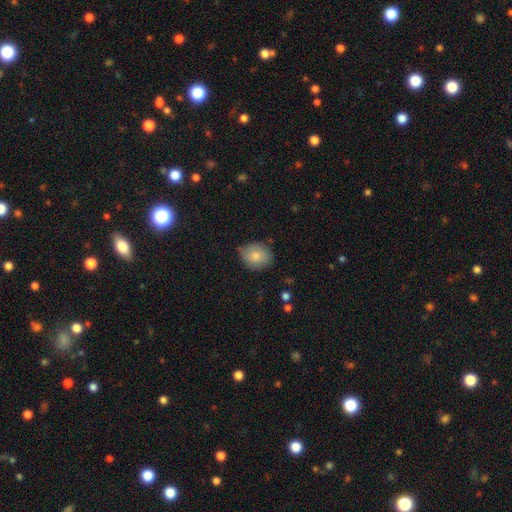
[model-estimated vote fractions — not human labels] Smooth or featured: smooth — 80% (featured or disk — 14%)
How rounded: round — 61% (in between — 38%)
Merging: none — 69% (minor disturbance — 25%)